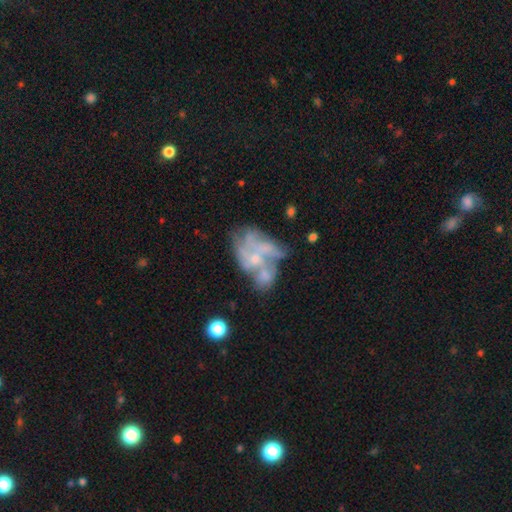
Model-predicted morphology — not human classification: A featured or disk galaxy (68%) with no bar (80%), no spiral arms (50%, tied with yes) and a small central bulge (54%).

Vote fractions:
- Smooth or featured? featured or disk: 68% / smooth: 20% / star or artifact: 12%
- Edge-on disk? no: 97% / yes: 3%
- Bar? no: 80% / weak: 17% / strong: 3%
- Spiral arms? no: 50% (tied) / yes: 50% (tied)
- Bulge size? small: 54% / moderate: 25% / none: 18% / large: 2% / dominant: 1%
- Merging? merger: 39% / none: 25% / major disturbance: 22% / minor disturbance: 14%